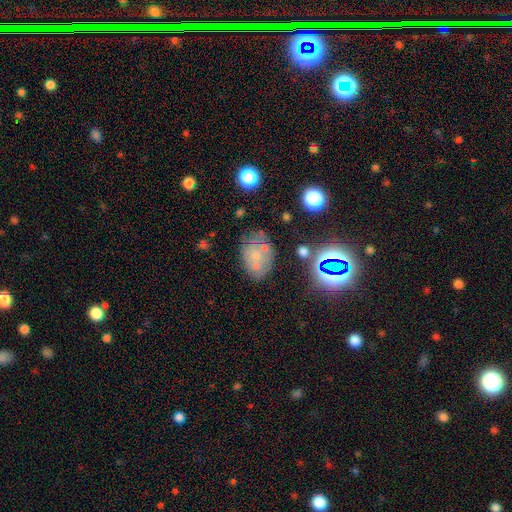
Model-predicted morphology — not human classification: Overall: smooth (47%; featured or disk 31%). Merging: none (51%; minor disturbance 21%).